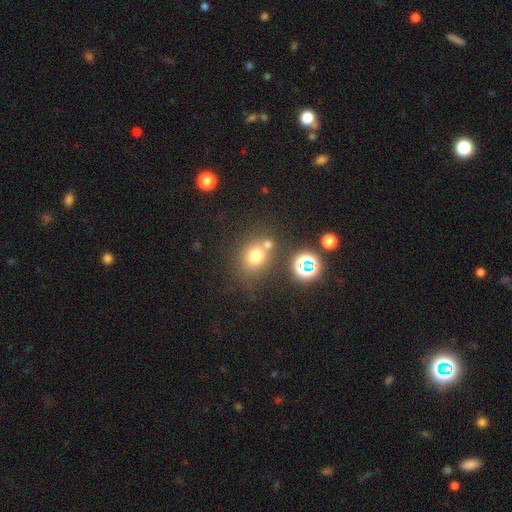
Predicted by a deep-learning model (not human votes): This is likely a smooth galaxy (69%). How rounded: likely round (71%). Merging: possibly none (59%).